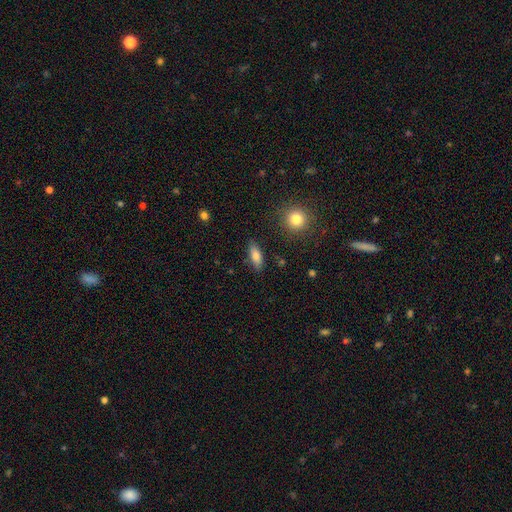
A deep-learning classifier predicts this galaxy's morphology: Smooth or featured?
  - smooth: 80% *
  - featured or disk: 12%
  - star or artifact: 8%
How rounded?
  - in between: 74% *
  - cigar-shaped: 23%
  - round: 3%
Merging?
  - none: 85% *
  - minor disturbance: 10%
  - major disturbance: 3%
  - merger: 2%